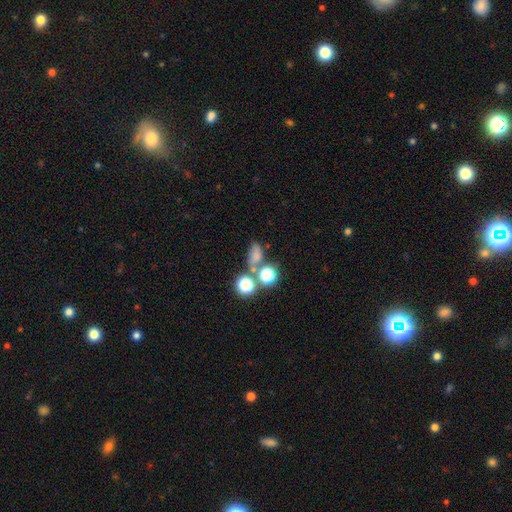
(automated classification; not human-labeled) Smooth or featured? smooth (66%)
How rounded? in between (56%)
Merging? none (46%)